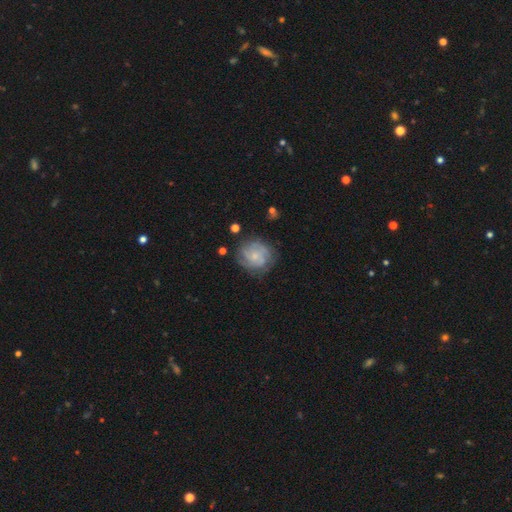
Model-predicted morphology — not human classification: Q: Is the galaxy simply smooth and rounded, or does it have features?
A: featured or disk — 62%.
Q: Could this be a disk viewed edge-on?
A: no — 98%.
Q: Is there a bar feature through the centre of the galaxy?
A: no — 78%.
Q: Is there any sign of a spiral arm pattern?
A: yes — 81%.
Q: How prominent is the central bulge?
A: small — 66%.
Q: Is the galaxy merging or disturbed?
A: none — 69%.